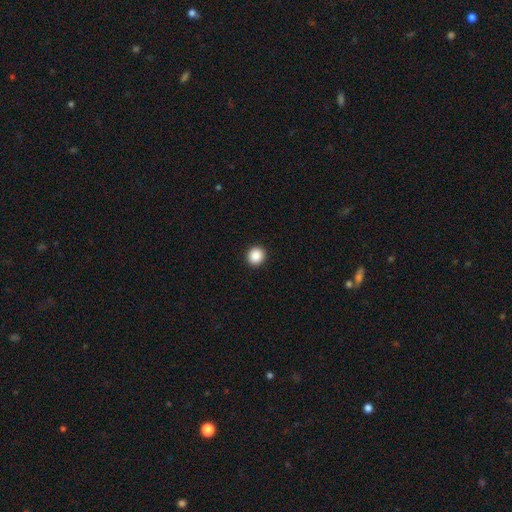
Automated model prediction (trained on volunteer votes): The model was most divided on "smooth or featured": smooth: 88%, star or artifact: 9%, featured or disk: 3%. More confident: merging — none (93%); how rounded — round (91%).